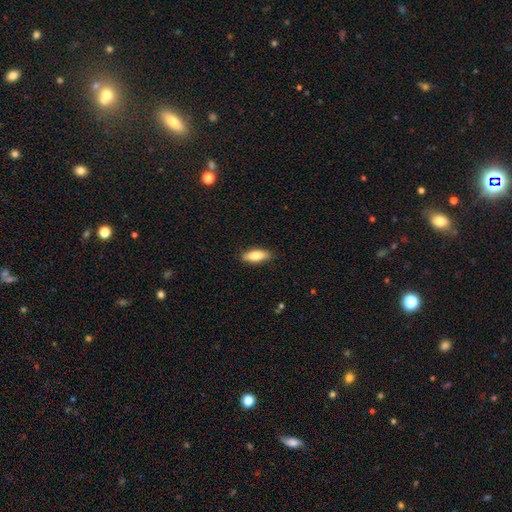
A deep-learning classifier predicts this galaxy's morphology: Smooth or featured?
  - smooth: 84% *
  - featured or disk: 10%
  - star or artifact: 6%
How rounded?
  - in between: 70% *
  - cigar-shaped: 28%
  - round: 2%
Merging?
  - none: 87% *
  - minor disturbance: 10%
  - major disturbance: 2%
  - merger: 1%